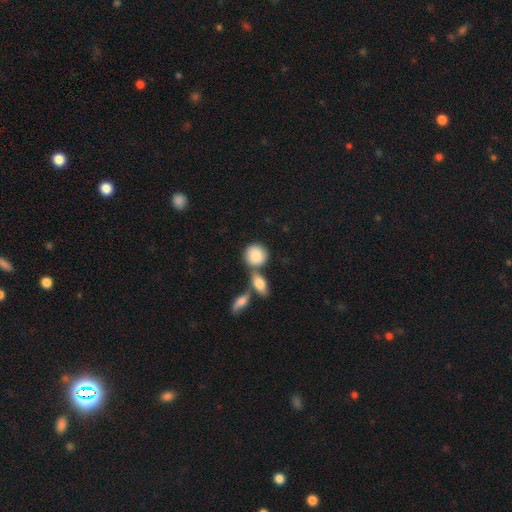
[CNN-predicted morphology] Overall: smooth (84%). How rounded: round (78%). Merging: none (53%; merger 30%).